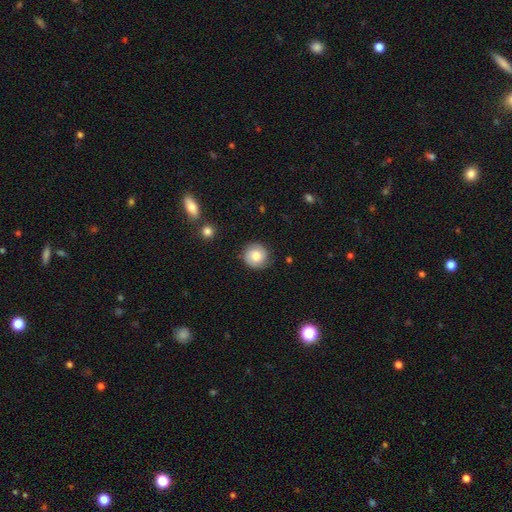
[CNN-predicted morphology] This appears to be a smooth galaxy with no disk features (68%) that is round (93%). Merging: none (85%).